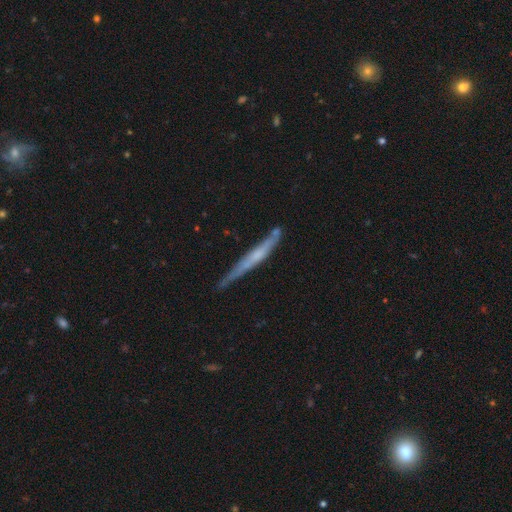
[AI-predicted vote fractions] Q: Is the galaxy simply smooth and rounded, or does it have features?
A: featured or disk — 60%.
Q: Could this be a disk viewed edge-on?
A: yes — 94%.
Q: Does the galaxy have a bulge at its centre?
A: none — 58%.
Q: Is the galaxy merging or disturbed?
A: none — 72%.